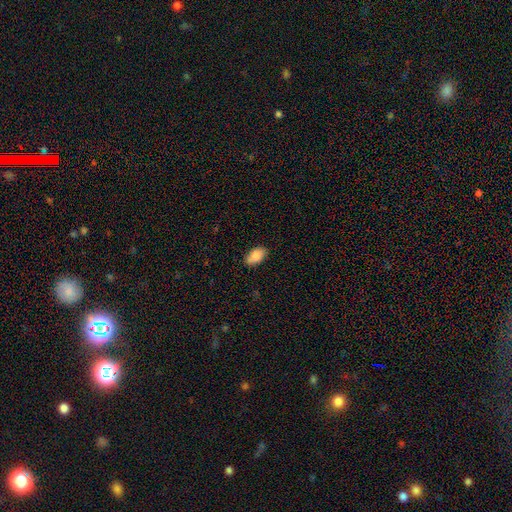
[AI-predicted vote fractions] smooth 86%, star or artifact 7%, featured or disk 7%. Down the decision tree: how rounded — in between (93%); merging — none (82%).